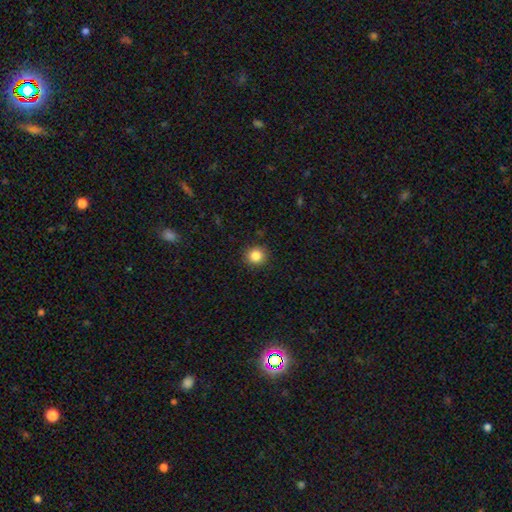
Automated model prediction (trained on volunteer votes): Q: Smooth or featured?
A: smooth (85%); runner-up: star or artifact (11%)
Q: How rounded?
A: round (91%); runner-up: in between (8%)
Q: Merging?
A: none (91%); runner-up: minor disturbance (6%)